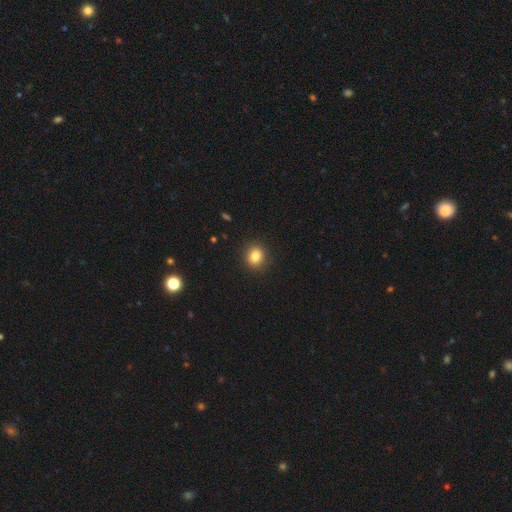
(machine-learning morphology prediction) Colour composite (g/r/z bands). It shows a smooth galaxy with no disk features (84%) that is round (76%). Merging: none (90%).